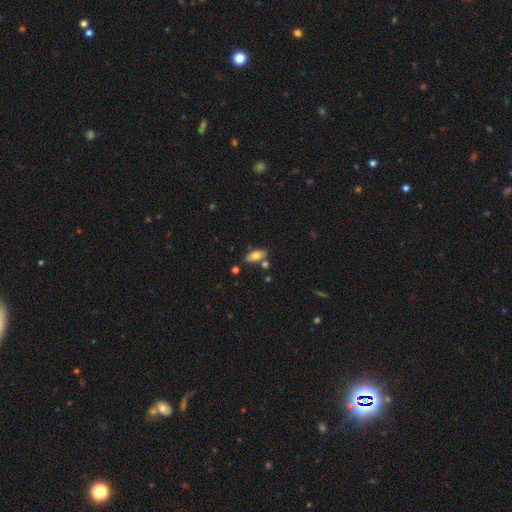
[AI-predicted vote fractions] Smooth or featured?
  - smooth: 74% *
  - featured or disk: 18%
  - star or artifact: 7%
How rounded?
  - in between: 83% *
  - cigar-shaped: 14%
  - round: 3%
Merging?
  - none: 73% *
  - minor disturbance: 14%
  - merger: 10%
  - major disturbance: 3%